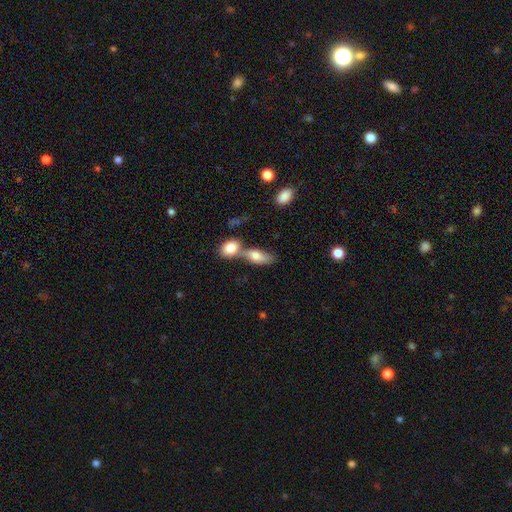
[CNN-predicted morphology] smooth-or-featured: smooth: 73% | featured or disk: 20% | star or artifact: 7%
  how-rounded: in between: 78% | cigar-shaped: 16% | round: 6%
  merging: merger: 54% | none: 31% | minor disturbance: 10% | major disturbance: 5%